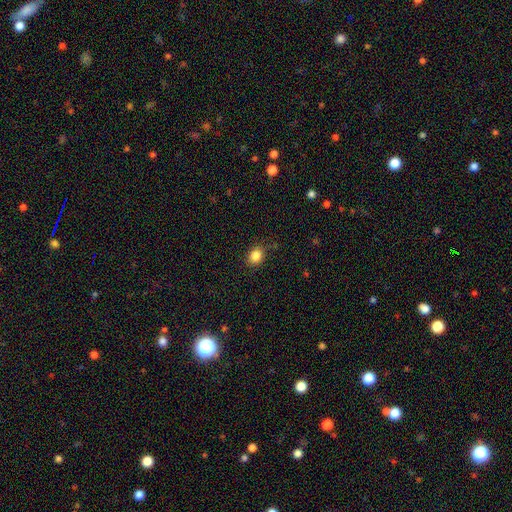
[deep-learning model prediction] Overall: smooth (85%). How rounded: round (51%; in between 48%). Merging: none (84%).